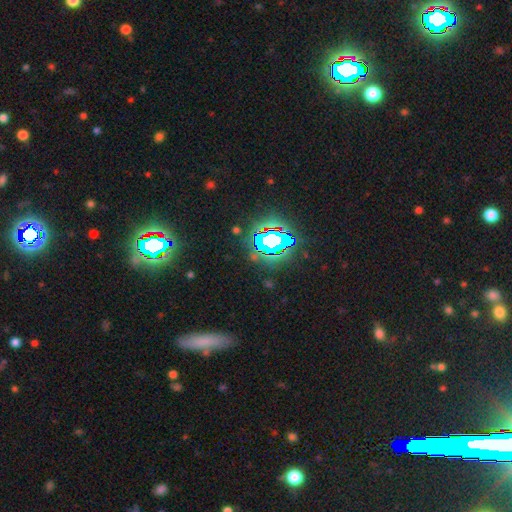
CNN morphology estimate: The model was most divided on "smooth or featured": star or artifact: 71%, smooth: 18%, featured or disk: 11%.